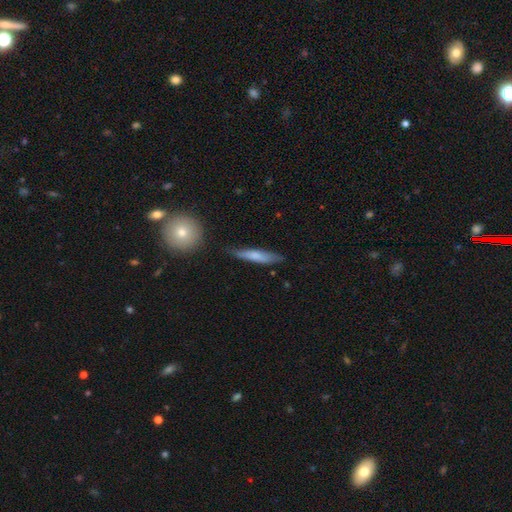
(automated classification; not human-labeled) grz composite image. It shows a smooth galaxy with no disk features (66%) that is cigar-shaped (87%). Merging: none (71%).